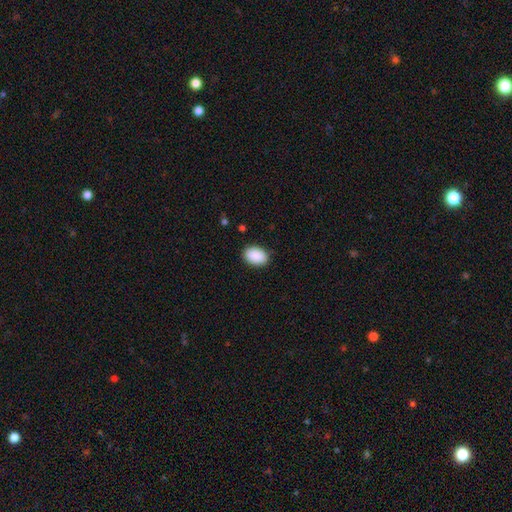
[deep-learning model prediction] Smooth or featured? Predicted: smooth (p=0.91). How rounded? Predicted: in between (p=0.86). Merging? Predicted: none (p=0.88).